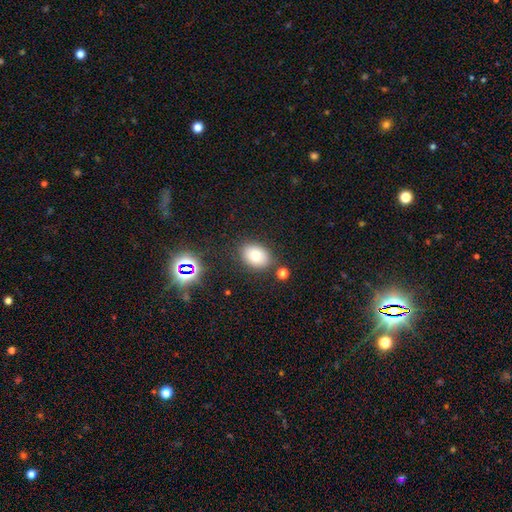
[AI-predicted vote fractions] Overall: smooth (76%). How rounded: in between (69%; round 30%). Merging: none (81%).